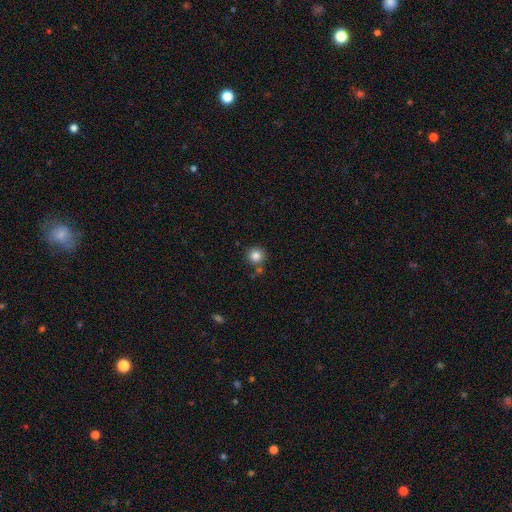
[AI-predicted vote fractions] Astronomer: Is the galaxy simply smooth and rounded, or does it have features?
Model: smooth — 84%.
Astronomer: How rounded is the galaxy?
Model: round — 94%.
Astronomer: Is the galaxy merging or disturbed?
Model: none — 79%.